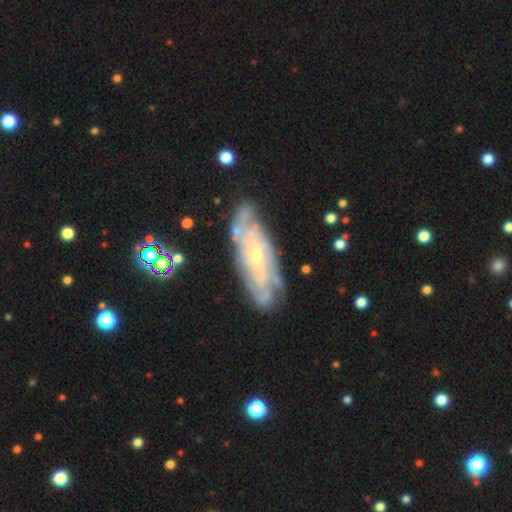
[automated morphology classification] Smooth or featured? Predicted: featured or disk (p=0.80). Edge-on disk? Predicted: no (p=0.86). Bar? Predicted: no (p=0.60). Spiral arms? Predicted: yes (p=0.91). Spiral winding? Predicted: tight (p=0.68). Spiral arm count? Predicted: can't tell (p=0.54). Bulge size? Predicted: small (p=0.70). Merging? Predicted: none (p=0.74).